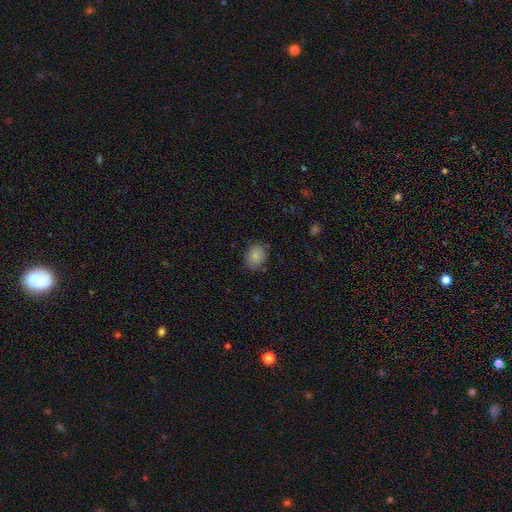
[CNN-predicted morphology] smooth 86%, star or artifact 8%, featured or disk 6%. Down the decision tree: how rounded — in between (52%); merging — none (82%).